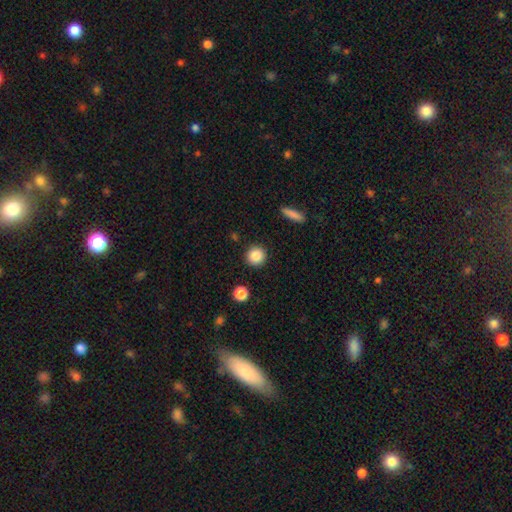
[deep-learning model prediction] smooth 86%, star or artifact 9%, featured or disk 4%. Down the decision tree: how rounded — round (94%); merging — none (91%).